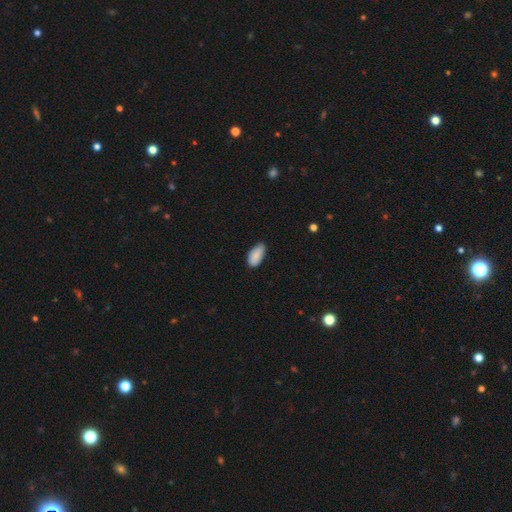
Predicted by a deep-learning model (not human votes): This is clearly a smooth galaxy (89%). How rounded: clearly in between (93%). Merging: likely none (78%).